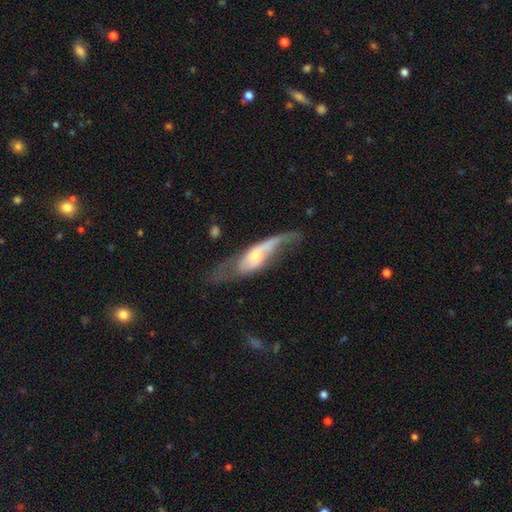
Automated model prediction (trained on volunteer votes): Overall: featured or disk (68%). Edge-on disk: no (71%). Merging: none (43%; major disturbance 28%).